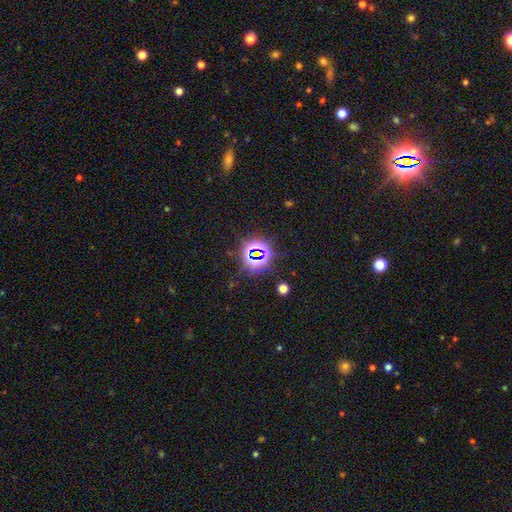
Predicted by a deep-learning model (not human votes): Smooth or featured: star or artifact — 76% (smooth — 15%)